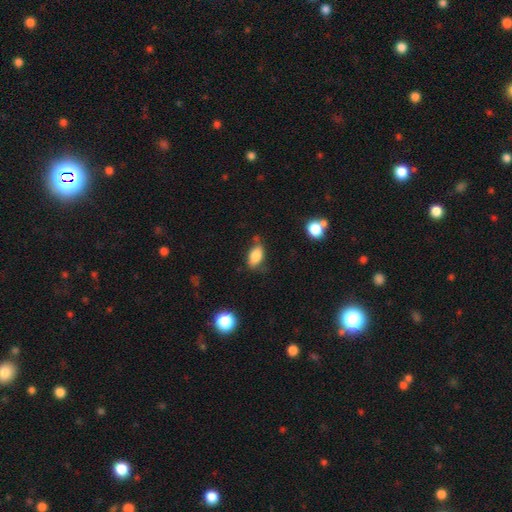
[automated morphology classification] type=smooth (81%); roundness=in between (88%); merging=none (62%).